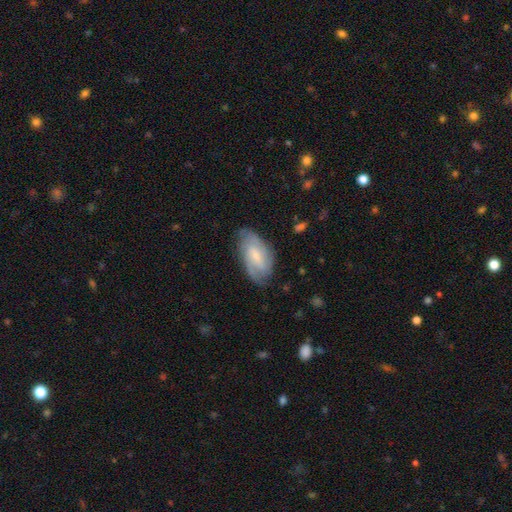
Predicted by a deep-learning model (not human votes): Morphology: type=featured or disk (62%); edge-on=no (94%); bar=weak (51%); spiral arms=yes (89%); winding=tight (44%); arm count=2 (43%); bulge=small (53%); merging=none (71%).